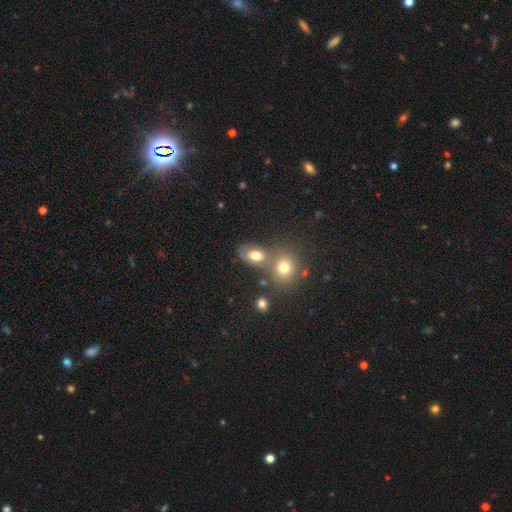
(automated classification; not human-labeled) smooth_or_featured: smooth (p=0.73) [alt: featured or disk p=0.14]
how_rounded: in between (p=0.73) [alt: round p=0.25]
merging: none (p=0.48) [alt: merger p=0.32]